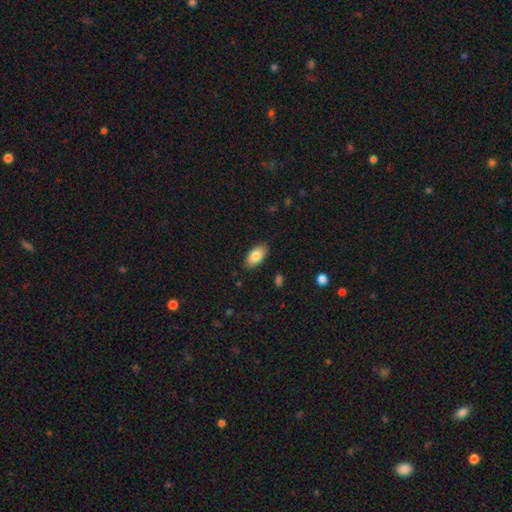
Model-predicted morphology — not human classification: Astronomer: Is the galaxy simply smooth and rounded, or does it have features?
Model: smooth — 84%.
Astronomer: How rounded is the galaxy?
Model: in between — 94%.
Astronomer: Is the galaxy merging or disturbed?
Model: none — 87%.